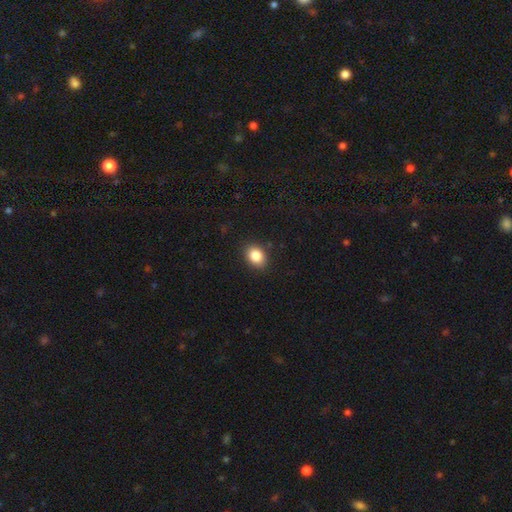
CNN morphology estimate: smooth_or_featured: smooth (p=0.84) [alt: star or artifact p=0.09]
how_rounded: in between (p=0.61) [alt: round p=0.38]
merging: none (p=0.87) [alt: minor disturbance p=0.09]